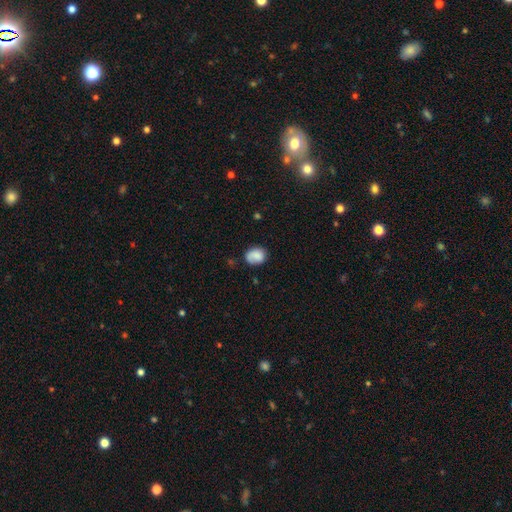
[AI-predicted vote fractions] This appears to be a smooth galaxy with no disk features (78%) that is round (50%). Merging: none (66%).